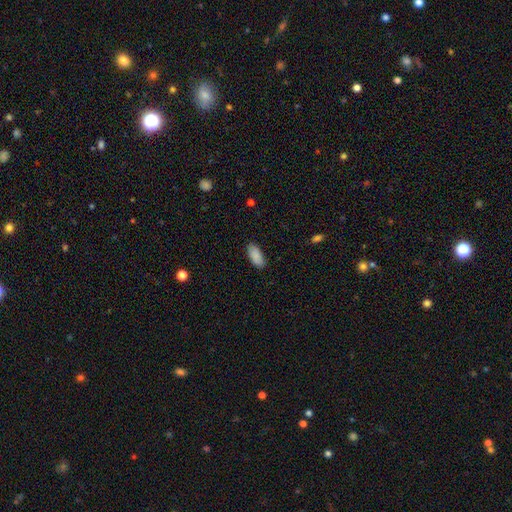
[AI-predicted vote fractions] The model was most divided on "how rounded": in between: 88%, cigar-shaped: 11%, round: 2%. More confident: smooth or featured — smooth (90%); merging — none (87%).